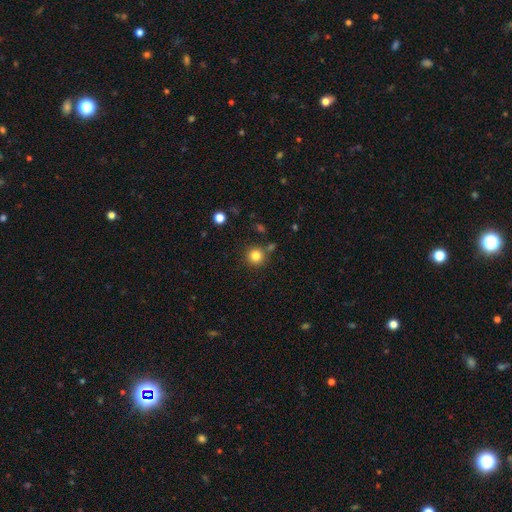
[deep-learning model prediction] The model was most divided on "smooth or featured": smooth: 82%, star or artifact: 12%, featured or disk: 5%. More confident: how rounded — round (94%); merging — none (83%).